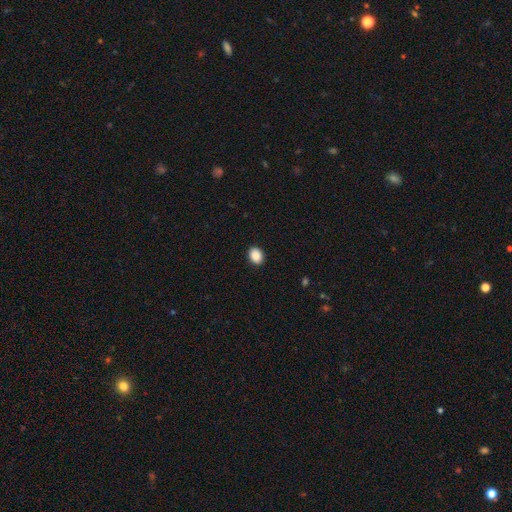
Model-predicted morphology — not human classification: Smooth or featured? Predicted: smooth (p=0.90). How rounded? Predicted: in between (p=0.63). Merging? Predicted: none (p=0.91).